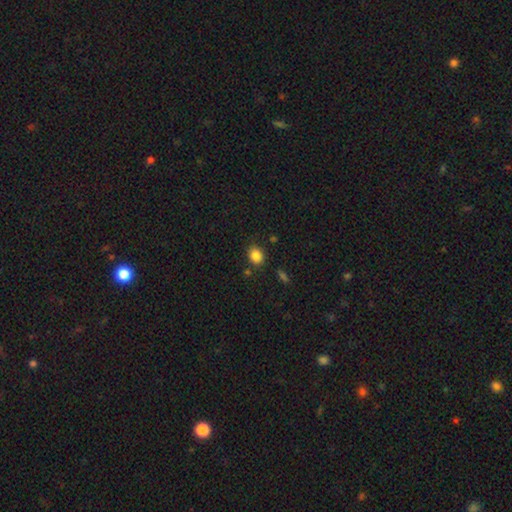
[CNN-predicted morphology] smooth 85%, star or artifact 10%, featured or disk 4%. Down the decision tree: how rounded — round (55%); merging — none (82%).